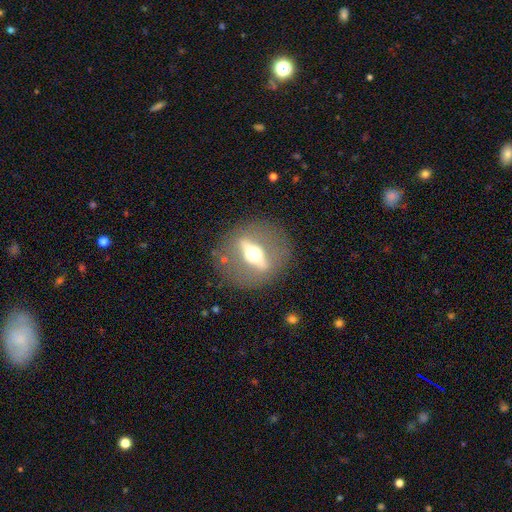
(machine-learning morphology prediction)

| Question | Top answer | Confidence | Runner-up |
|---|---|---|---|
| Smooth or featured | featured or disk | 76% | smooth (17%) |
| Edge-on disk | yes | 59% | no (41%) |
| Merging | none | 83% | minor disturbance (9%) |